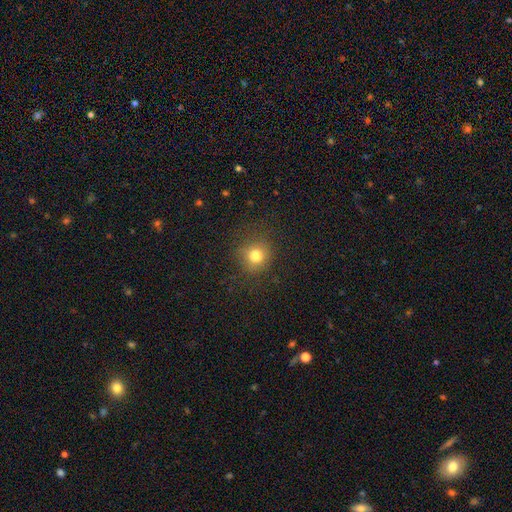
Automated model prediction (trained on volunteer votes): A smooth galaxy with no disk features (78%) that is round (88%). Merging: none (84%).